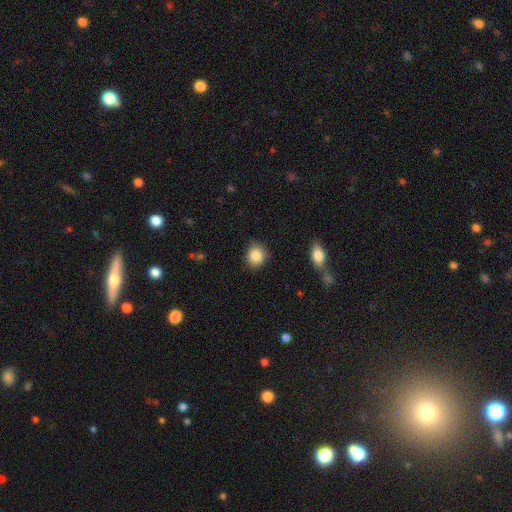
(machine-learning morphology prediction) A smooth galaxy with no disk features (86%) that is round (79%).

Vote fractions:
- Smooth or featured? smooth: 86% / star or artifact: 9% / featured or disk: 5%
- How rounded? round: 79% / in between: 20% / cigar-shaped: 1%
- Merging? none: 85% / minor disturbance: 11% / major disturbance: 2% / merger: 2%